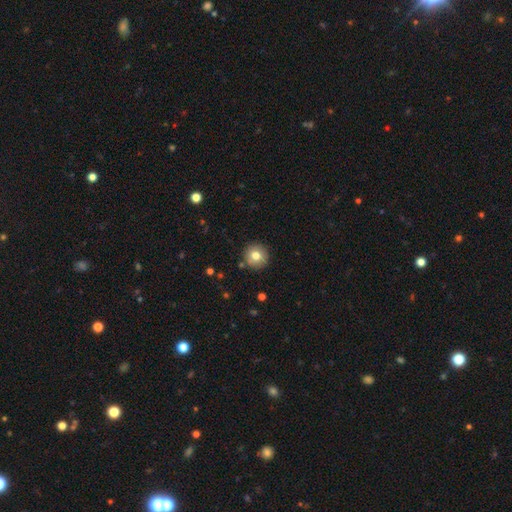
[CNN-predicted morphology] This is likely a smooth galaxy (77%). How rounded: clearly round (95%). Merging: clearly none (88%).